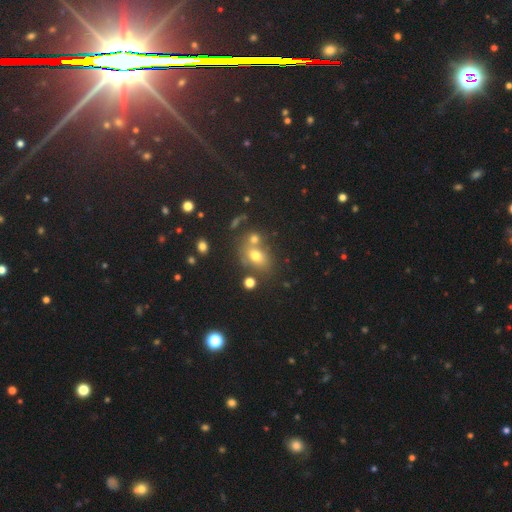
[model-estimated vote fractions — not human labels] Q: Smooth or featured?
A: smooth (68%); runner-up: star or artifact (16%)
Q: How rounded?
A: in between (58%); runner-up: round (40%)
Q: Merging?
A: none (52%); runner-up: merger (29%)